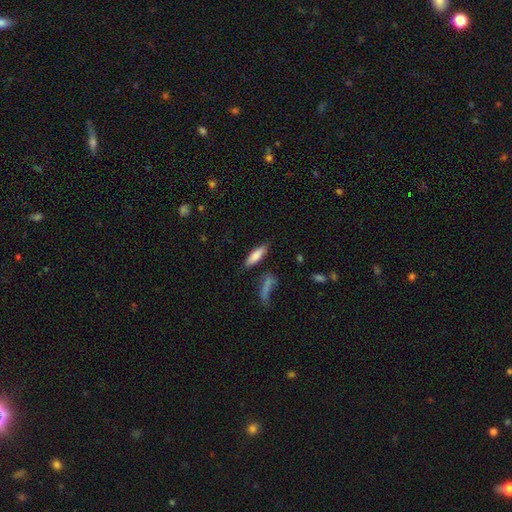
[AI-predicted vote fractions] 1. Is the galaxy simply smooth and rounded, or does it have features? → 78% smooth, 16% featured or disk, 7% star or artifact.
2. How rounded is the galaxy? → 60% cigar-shaped, 38% in between, 2% round.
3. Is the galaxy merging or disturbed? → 76% none, 12% minor disturbance, 8% merger, 4% major disturbance.